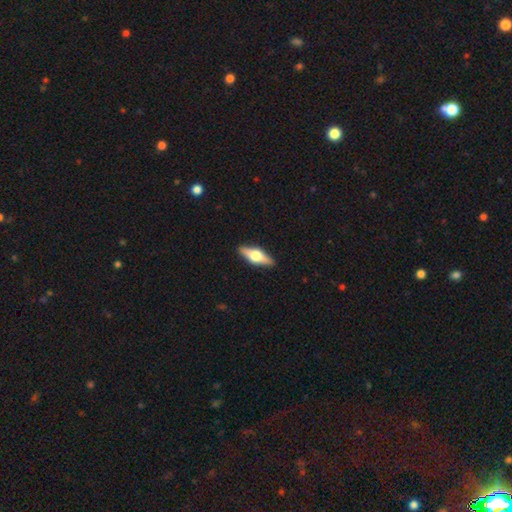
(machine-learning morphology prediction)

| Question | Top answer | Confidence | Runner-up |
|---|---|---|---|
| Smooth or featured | featured or disk | 63% | smooth (31%) |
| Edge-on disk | yes | 95% | no (5%) |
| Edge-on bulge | rounded | 94% | boxy (5%) |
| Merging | none | 90% | minor disturbance (7%) |